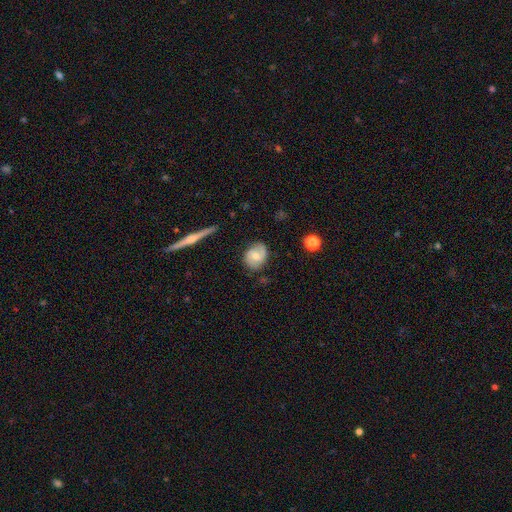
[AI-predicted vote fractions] featured or disk 58%, smooth 35%, star or artifact 7%. Down the decision tree: edge-on disk — no (95%); bar — no (52%); spiral arms — yes (88%); bulge size — moderate (52%); merging — none (75%).